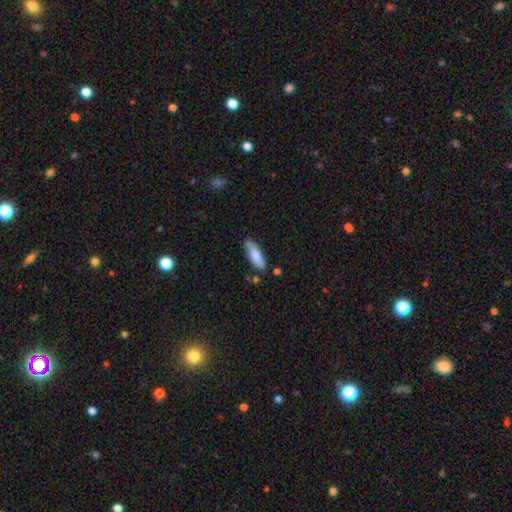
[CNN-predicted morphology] smooth 83%, featured or disk 11%, star or artifact 6%. Down the decision tree: how rounded — in between (54%); merging — none (76%).